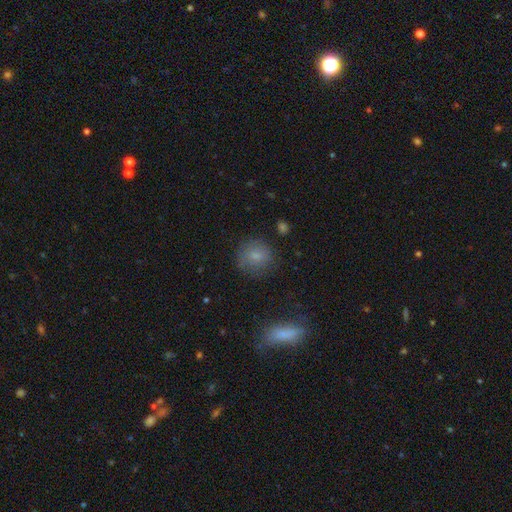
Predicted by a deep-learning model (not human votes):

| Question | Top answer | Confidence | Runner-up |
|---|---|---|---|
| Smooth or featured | smooth | 78% | featured or disk (11%) |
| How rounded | round | 85% | in between (13%) |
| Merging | none | 76% | minor disturbance (16%) |